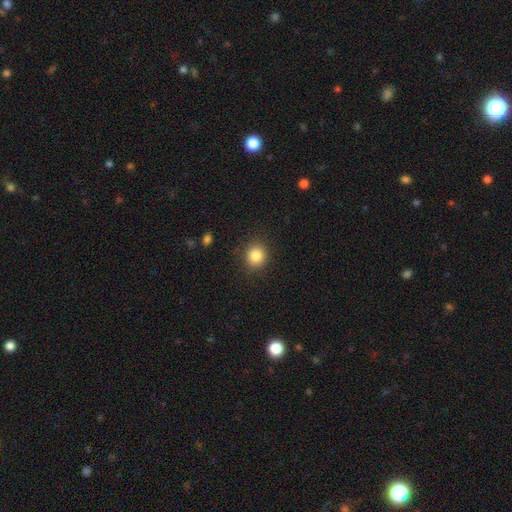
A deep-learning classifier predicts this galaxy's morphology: smooth 85%, star or artifact 10%, featured or disk 5%. Down the decision tree: how rounded — round (85%); merging — none (88%).